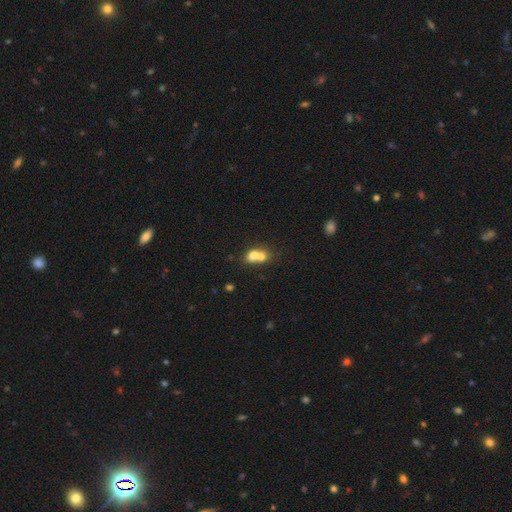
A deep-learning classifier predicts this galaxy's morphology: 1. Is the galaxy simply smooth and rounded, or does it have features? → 69% smooth, 20% featured or disk, 11% star or artifact.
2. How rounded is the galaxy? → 55% round, 43% in between, 1% cigar-shaped.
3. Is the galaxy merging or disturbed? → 69% merger, 22% none, 6% minor disturbance, 3% major disturbance.